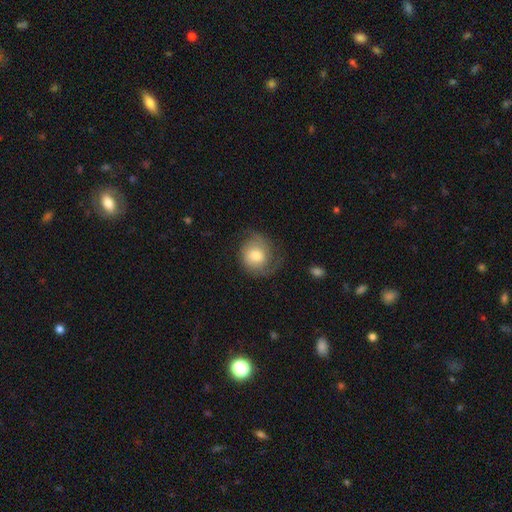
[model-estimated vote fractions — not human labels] Smooth or featured? smooth (49%)
Merging? none (60%)